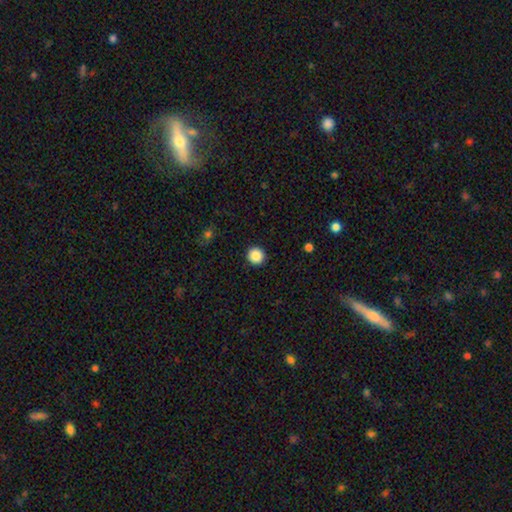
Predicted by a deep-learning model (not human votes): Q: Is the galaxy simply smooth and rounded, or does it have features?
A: smooth — 88%.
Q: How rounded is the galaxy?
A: round — 95%.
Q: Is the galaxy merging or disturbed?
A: none — 93%.